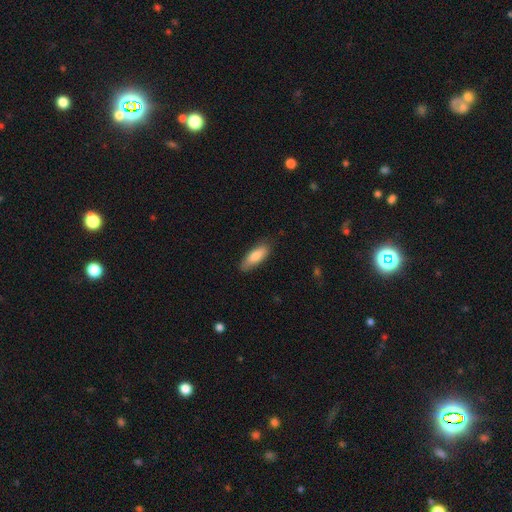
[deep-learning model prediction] This appears to be a smooth galaxy with no disk features (82%) that is in between round and cigar-shaped (61%). Merging: none (81%).